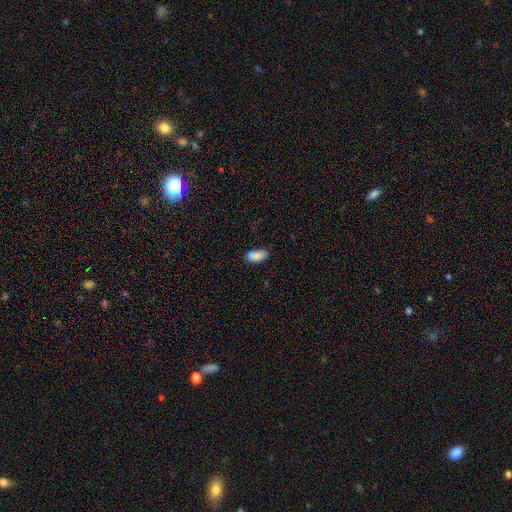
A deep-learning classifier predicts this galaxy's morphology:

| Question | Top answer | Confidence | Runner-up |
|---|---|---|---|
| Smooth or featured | smooth | 88% | star or artifact (7%) |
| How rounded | in between | 93% | cigar-shaped (5%) |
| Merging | none | 80% | minor disturbance (16%) |